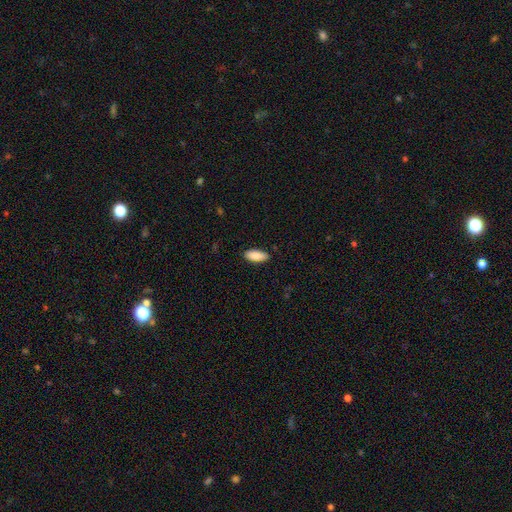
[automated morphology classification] This appears to be a smooth galaxy with no disk features (87%) that is in between round and cigar-shaped (82%). Merging: none (86%).